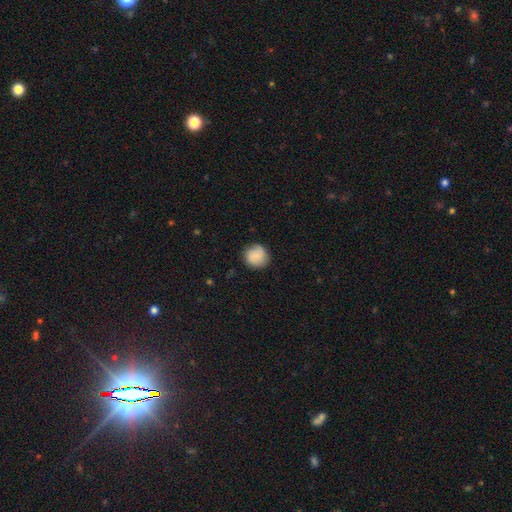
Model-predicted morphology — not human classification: The model was most divided on "merging": none: 83%, minor disturbance: 12%, major disturbance: 3%, merger: 1%. More confident: how rounded — round (90%); smooth or featured — smooth (85%).